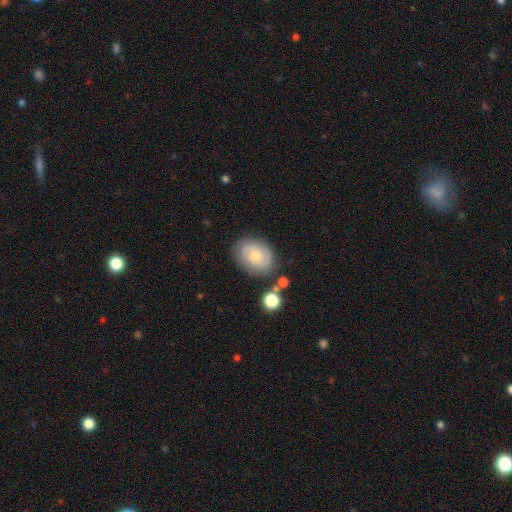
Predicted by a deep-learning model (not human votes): Q: Smooth or featured?
A: featured or disk (65%); runner-up: smooth (28%)
Q: Edge-on disk?
A: no (97%); runner-up: yes (3%)
Q: Bar?
A: no (71%); runner-up: weak (25%)
Q: Spiral arms?
A: yes (89%); runner-up: no (11%)
Q: Spiral winding?
A: tight (50%); runner-up: medium (39%)
Q: Spiral arm count?
A: 2 (75%); runner-up: can't tell (14%)
Q: Bulge size?
A: small (50%); runner-up: moderate (45%)
Q: Merging?
A: none (78%); runner-up: minor disturbance (14%)